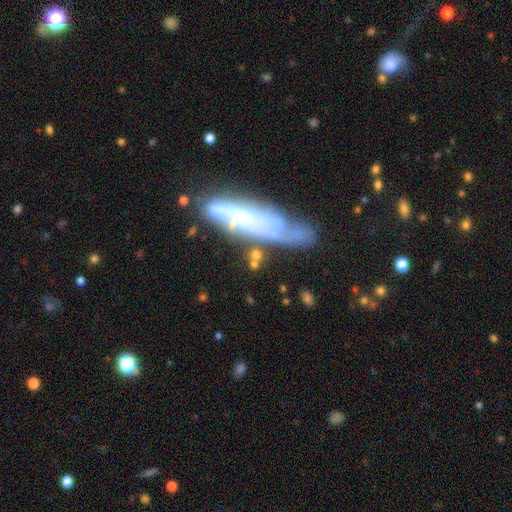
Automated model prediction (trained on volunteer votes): Smooth or featured? Predicted: featured or disk (p=0.64). Edge-on disk? Predicted: no (p=0.68). Merging? Predicted: none (p=0.45).